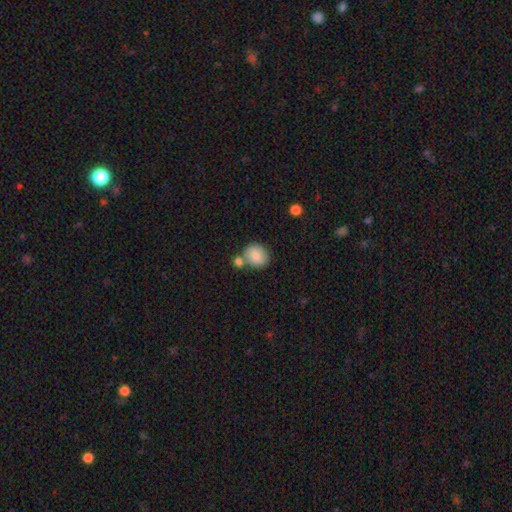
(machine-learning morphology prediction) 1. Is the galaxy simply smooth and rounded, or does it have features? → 82% smooth, 9% featured or disk, 8% star or artifact.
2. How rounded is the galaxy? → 70% round, 29% in between, 1% cigar-shaped.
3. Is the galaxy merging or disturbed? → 59% none, 26% merger, 12% minor disturbance, 3% major disturbance.